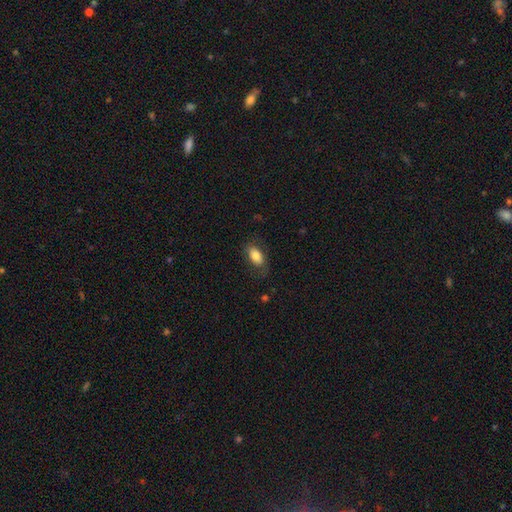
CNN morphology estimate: smooth-or-featured: smooth: 79% | featured or disk: 13% | star or artifact: 7%
  how-rounded: in between: 91% | round: 5% | cigar-shaped: 5%
  merging: none: 73% | minor disturbance: 18% | major disturbance: 8% | merger: 1%